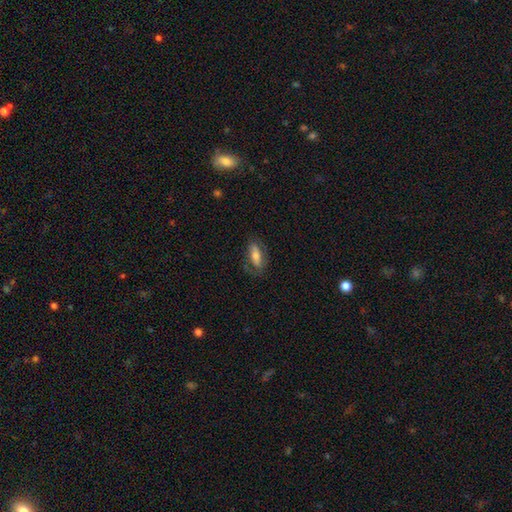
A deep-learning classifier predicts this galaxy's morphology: type=smooth (59%); roundness=in between (78%); merging=none (69%).